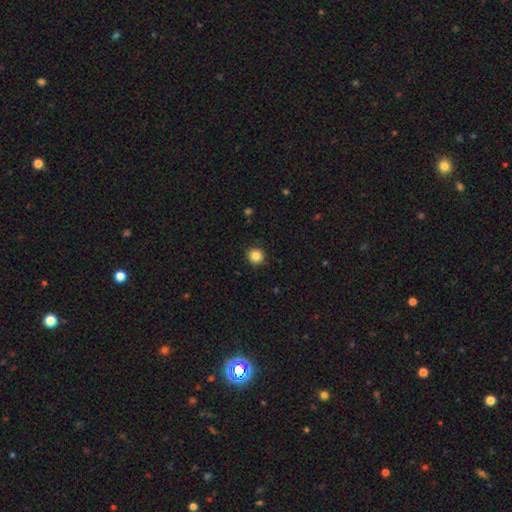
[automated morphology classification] The model was most divided on "smooth or featured": smooth: 85%, star or artifact: 11%, featured or disk: 4%. More confident: how rounded — round (93%); merging — none (91%).